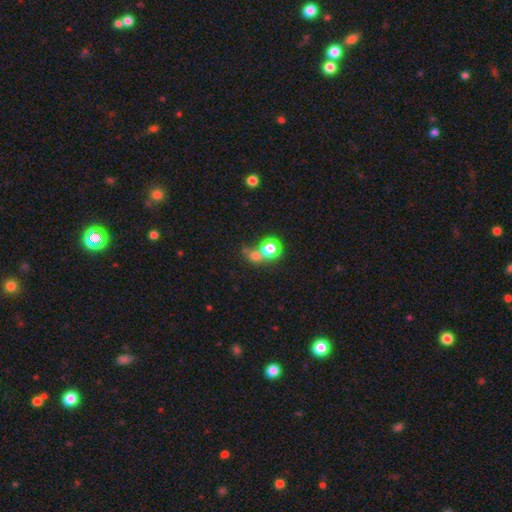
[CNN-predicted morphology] Q: Smooth or featured?
A: smooth (68%); runner-up: star or artifact (22%)
Q: How rounded?
A: round (80%); runner-up: in between (19%)
Q: Merging?
A: none (47%); runner-up: merger (40%)